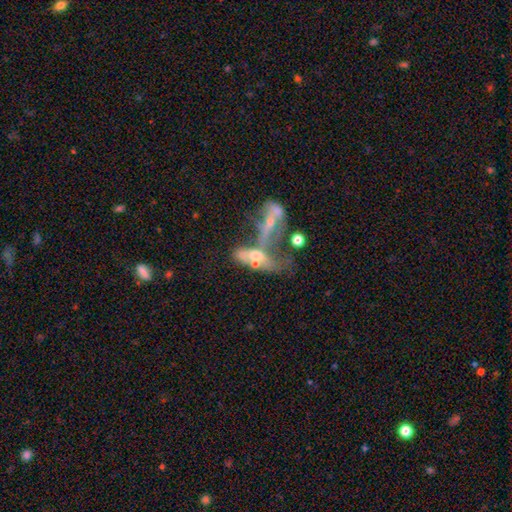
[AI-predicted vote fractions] This appears to be a featured or disk galaxy (51%). Merging: merger (64%).